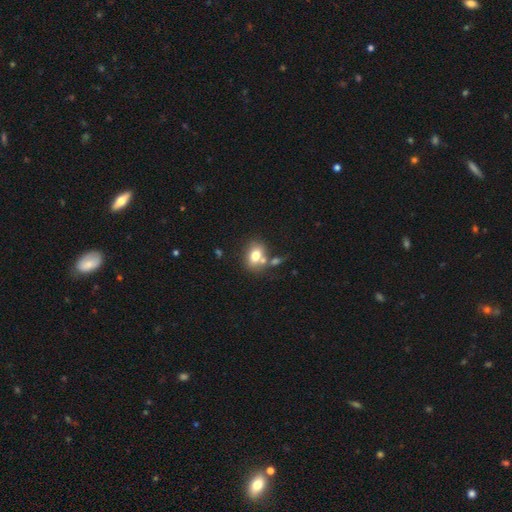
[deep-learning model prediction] This is likely a smooth galaxy (74%). How rounded: likely in between (63%). Merging: possibly none (53%).